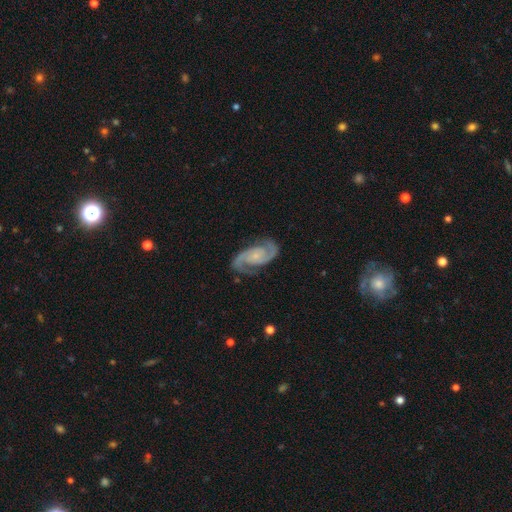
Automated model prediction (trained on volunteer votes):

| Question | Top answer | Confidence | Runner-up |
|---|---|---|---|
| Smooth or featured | featured or disk | 92% | star or artifact (4%) |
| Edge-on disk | no | 98% | yes (2%) |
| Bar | no | 62% | weak (29%) |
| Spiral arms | yes | 98% | no (2%) |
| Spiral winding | medium | 56% | tight (32%) |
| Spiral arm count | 2 | 94% | can't tell (2%) |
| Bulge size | small | 65% | none (17%) |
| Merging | none | 82% | minor disturbance (13%) |